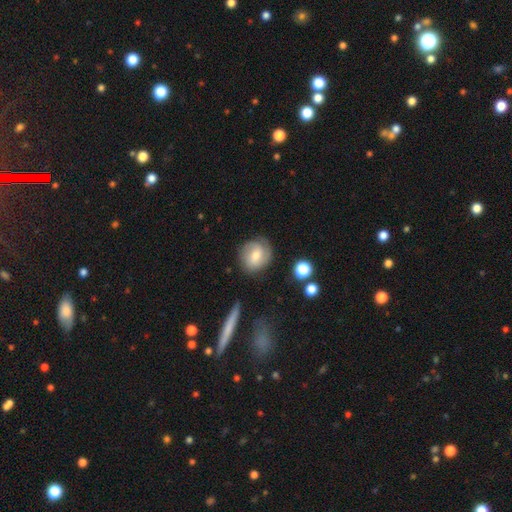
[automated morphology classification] Smooth or featured?
  - smooth: 47% *
  - featured or disk: 45%
  - star or artifact: 8%
Merging?
  - none: 76% *
  - minor disturbance: 17%
  - major disturbance: 5%
  - merger: 2%